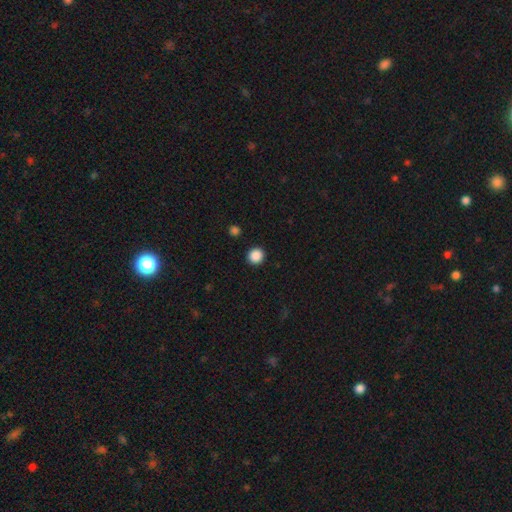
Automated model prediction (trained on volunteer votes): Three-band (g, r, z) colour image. It shows a smooth galaxy with no disk features (88%) that is round (92%). Merging: none (92%).